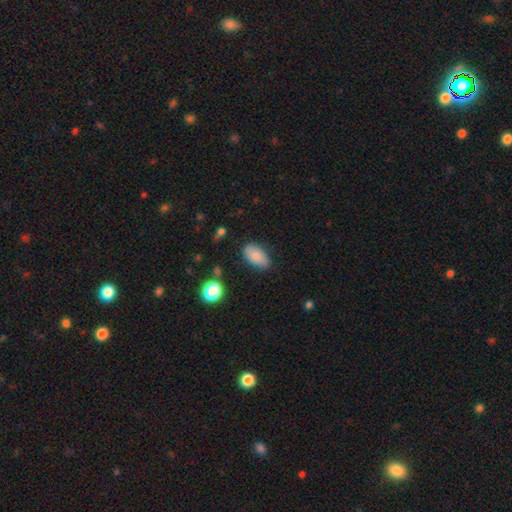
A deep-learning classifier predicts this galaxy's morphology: Overall: smooth (79%). How rounded: in between (92%). Merging: none (76%).